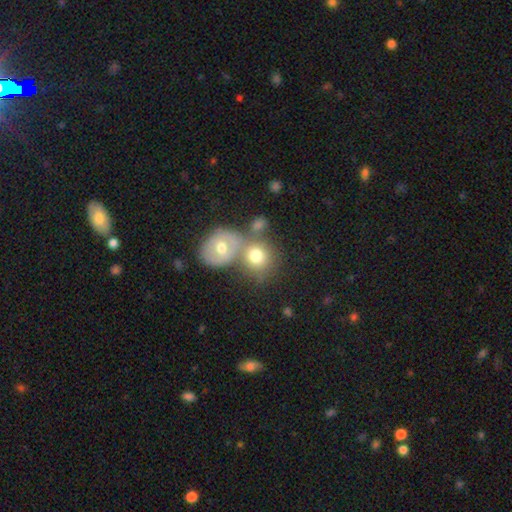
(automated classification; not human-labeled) Smooth or featured?
  - smooth: 71% *
  - featured or disk: 19%
  - star or artifact: 9%
How rounded?
  - round: 75% *
  - in between: 24%
  - cigar-shaped: 1%
Merging?
  - merger: 49% *
  - none: 37%
  - minor disturbance: 9%
  - major disturbance: 5%